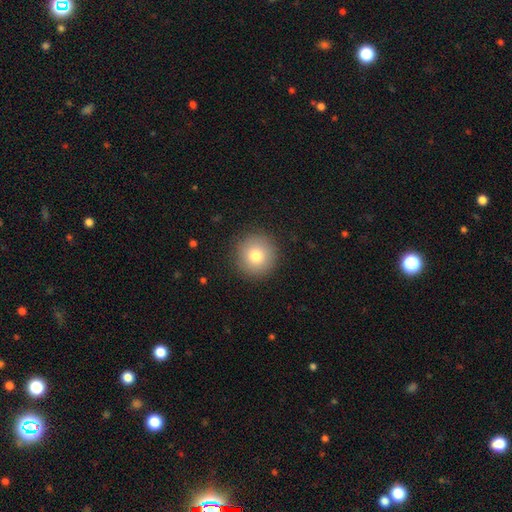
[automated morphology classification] Smooth or featured? Predicted: smooth (p=0.79). How rounded? Predicted: round (p=0.96). Merging? Predicted: none (p=0.91).